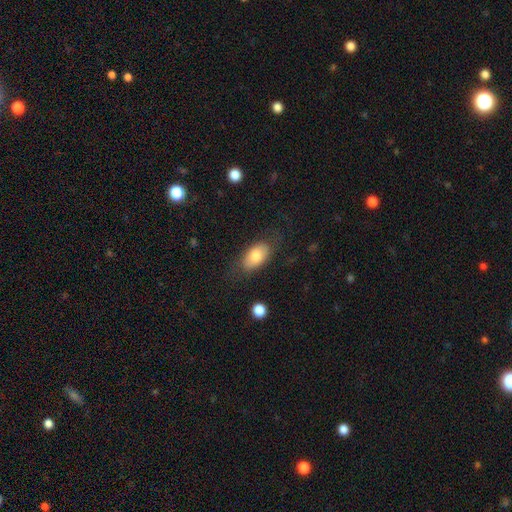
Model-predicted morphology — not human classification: smooth_or_featured: smooth (p=0.78) [alt: featured or disk p=0.15]
how_rounded: in between (p=0.91) [alt: round p=0.05]
merging: none (p=0.73) [alt: minor disturbance p=0.17]